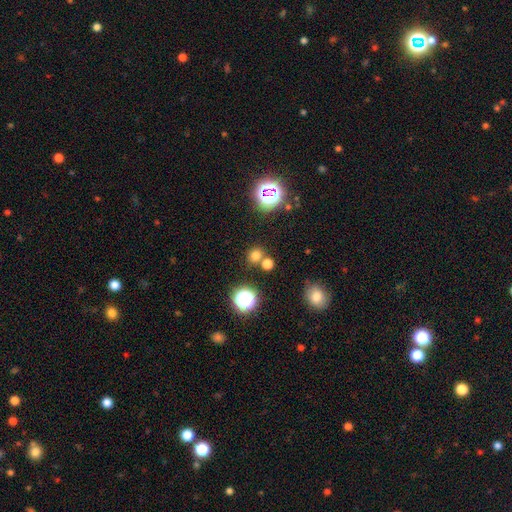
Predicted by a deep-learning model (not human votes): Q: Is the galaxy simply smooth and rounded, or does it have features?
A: smooth — 69%.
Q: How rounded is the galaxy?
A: round — 86%.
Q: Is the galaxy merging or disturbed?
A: none — 72%.